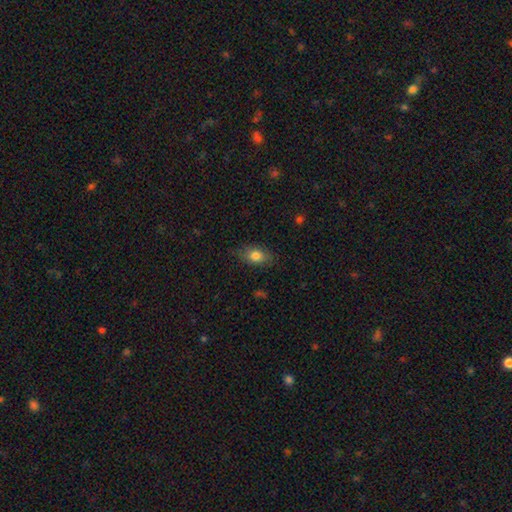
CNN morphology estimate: The model was most divided on "merging": none: 78%, minor disturbance: 17%, major disturbance: 4%, merger: 1%. More confident: how rounded — in between (80%); smooth or featured — smooth (79%).